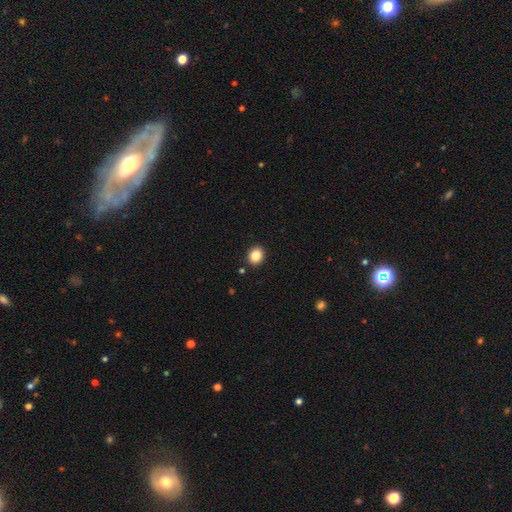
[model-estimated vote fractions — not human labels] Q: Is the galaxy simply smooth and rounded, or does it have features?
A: smooth — 85%.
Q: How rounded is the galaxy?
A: round — 66%.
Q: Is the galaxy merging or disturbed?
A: none — 91%.